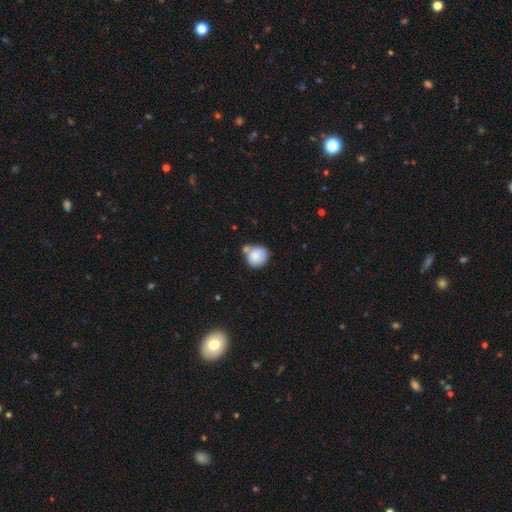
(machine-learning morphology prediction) The model was most divided on "merging": none: 50%, merger: 27%, minor disturbance: 18%, major disturbance: 5%. More confident: how rounded — round (84%); smooth or featured — smooth (83%).